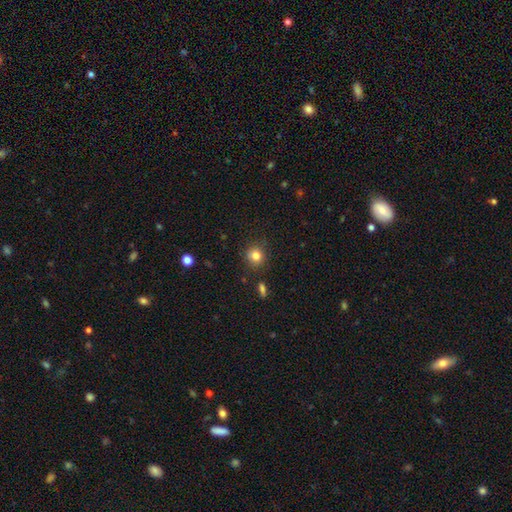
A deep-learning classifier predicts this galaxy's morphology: smooth-or-featured: smooth: 82% | star or artifact: 12% | featured or disk: 6%
  how-rounded: round: 89% | in between: 10% | cigar-shaped: 1%
  merging: none: 86% | minor disturbance: 9% | major disturbance: 2% | merger: 2%